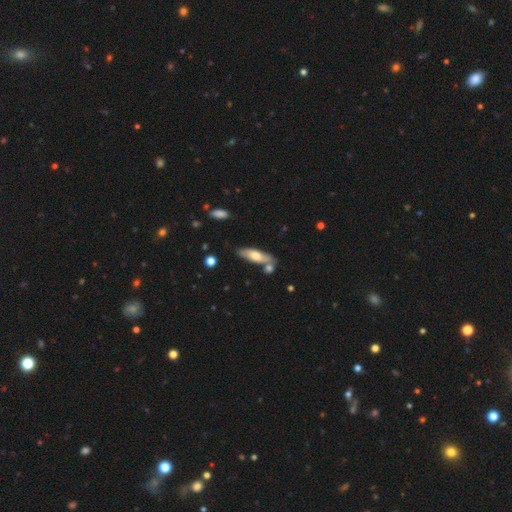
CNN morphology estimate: This is possibly a smooth galaxy (57%). How rounded: possibly in between (50%). Merging: likely none (63%).